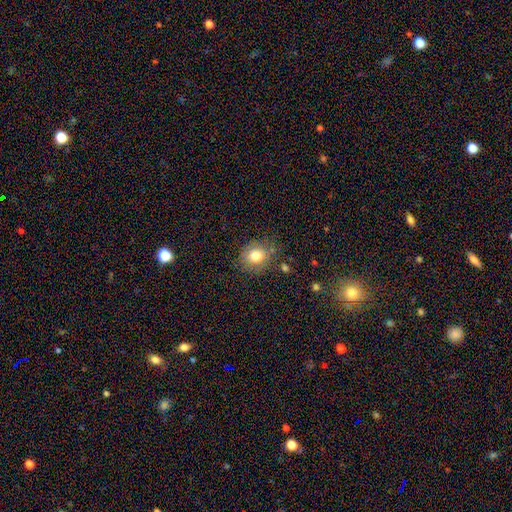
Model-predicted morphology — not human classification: type=smooth (79%); roundness=round (72%); merging=none (77%).